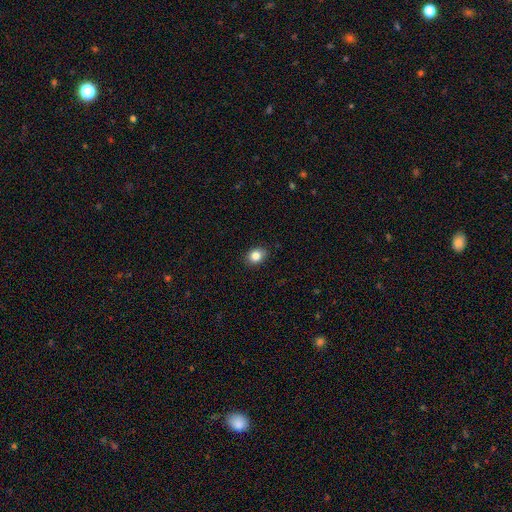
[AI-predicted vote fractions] A smooth galaxy with no disk features (83%) that is in between round and cigar-shaped (53%). Merging: none (87%).